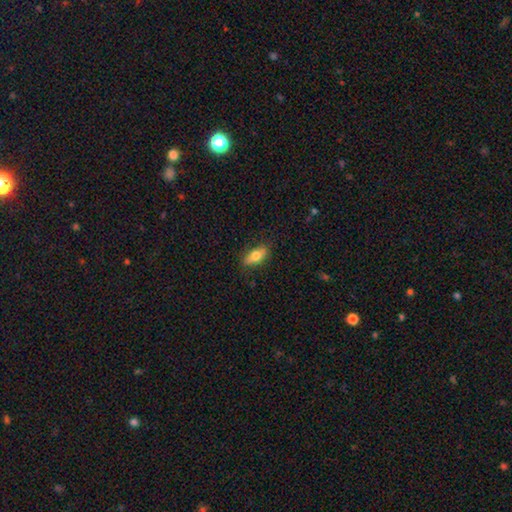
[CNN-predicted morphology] type=smooth (73%); roundness=in between (77%); merging=none (83%).